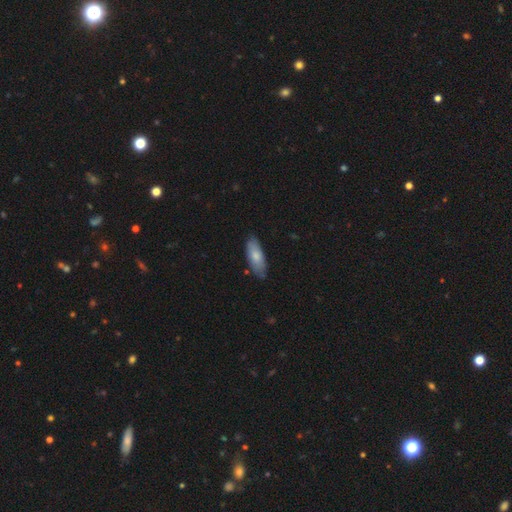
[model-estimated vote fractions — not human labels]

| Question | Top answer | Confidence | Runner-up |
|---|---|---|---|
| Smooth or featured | smooth | 76% | featured or disk (18%) |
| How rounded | in between | 73% | cigar-shaped (25%) |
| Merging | none | 78% | minor disturbance (18%) |